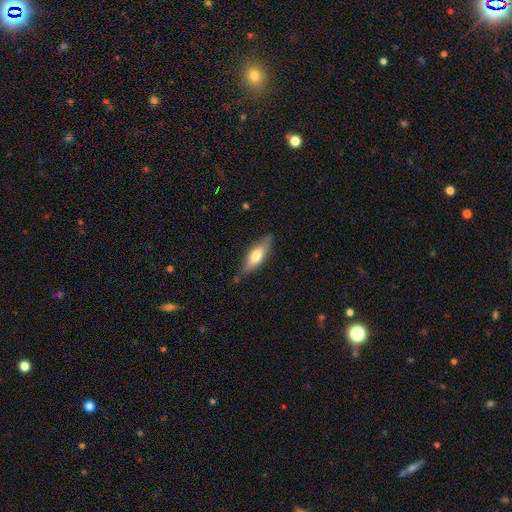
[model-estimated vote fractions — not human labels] The model was most divided on "how rounded": in between: 50%, cigar-shaped: 48%, round: 2%. More confident: merging — none (77%); smooth or featured — smooth (55%).